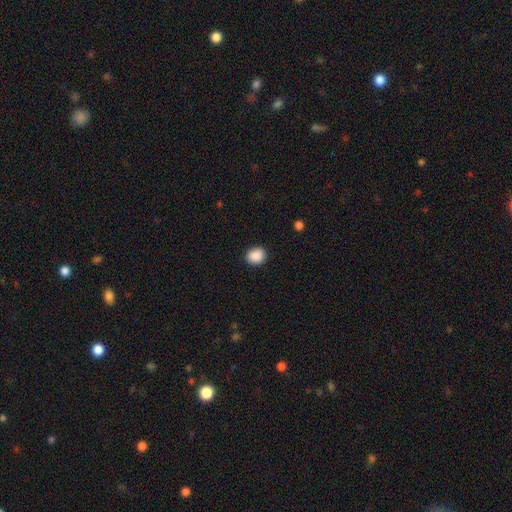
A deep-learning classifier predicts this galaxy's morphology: The model was most divided on "how rounded": round: 66%, in between: 33%, cigar-shaped: 1%. More confident: smooth or featured — smooth (89%); merging — none (89%).